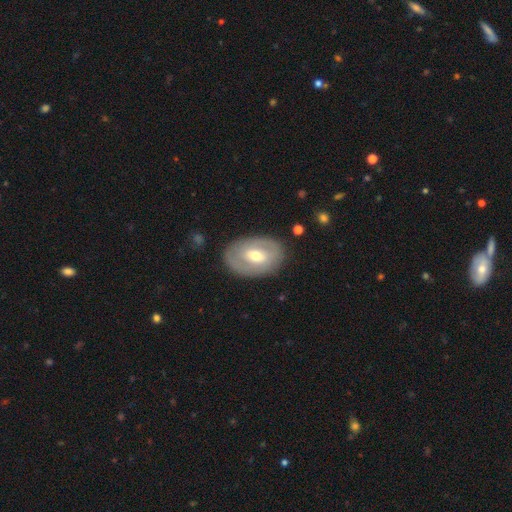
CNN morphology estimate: featured or disk 55%, smooth 39%, star or artifact 6%. Down the decision tree: edge-on disk — no (92%); bar — weak (41%); spiral arms — no (64%); bulge size — moderate (65%); merging — none (83%).